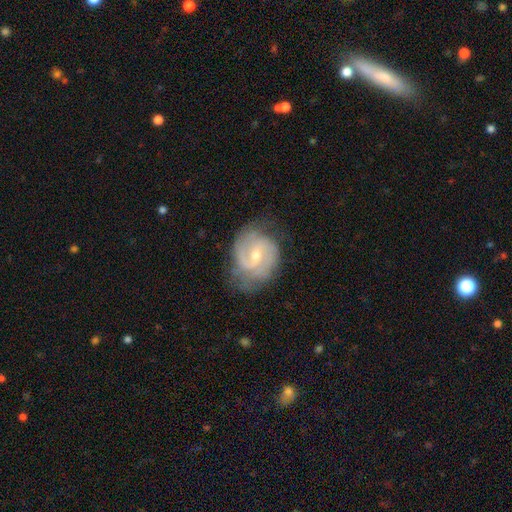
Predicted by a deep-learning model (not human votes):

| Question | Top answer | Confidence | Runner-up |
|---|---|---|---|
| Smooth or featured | featured or disk | 86% | smooth (9%) |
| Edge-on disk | no | 98% | yes (2%) |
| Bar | weak | 56% | no (29%) |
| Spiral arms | yes | 96% | no (4%) |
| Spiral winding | medium | 47% | tight (38%) |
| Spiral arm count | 2 | 76% | can't tell (10%) |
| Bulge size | small | 51% | moderate (45%) |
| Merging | none | 71% | minor disturbance (20%) |